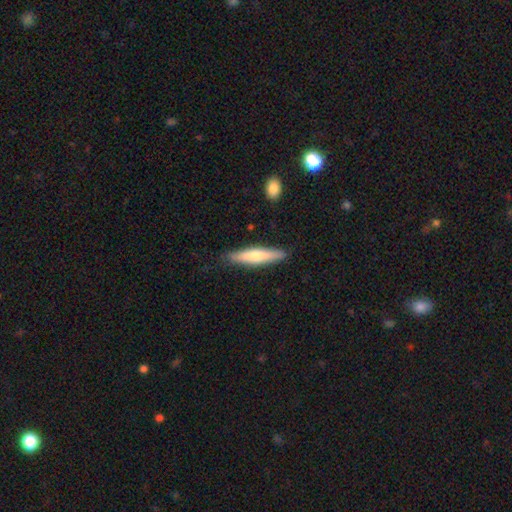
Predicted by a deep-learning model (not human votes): Morphology: type=smooth (57%); roundness=cigar-shaped (84%); merging=none (87%).